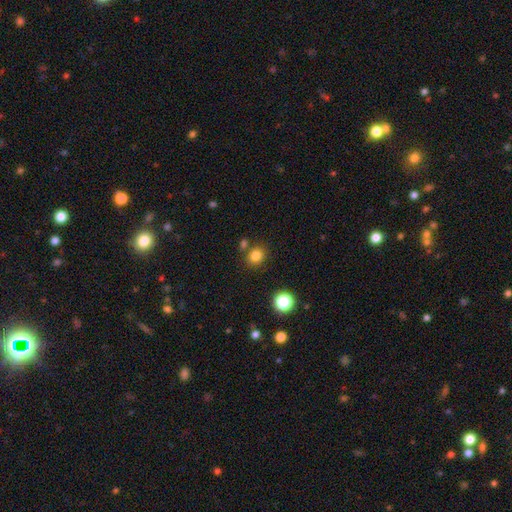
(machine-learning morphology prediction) This appears to be a smooth galaxy with no disk features (82%) that is round (71%). Merging: none (77%).